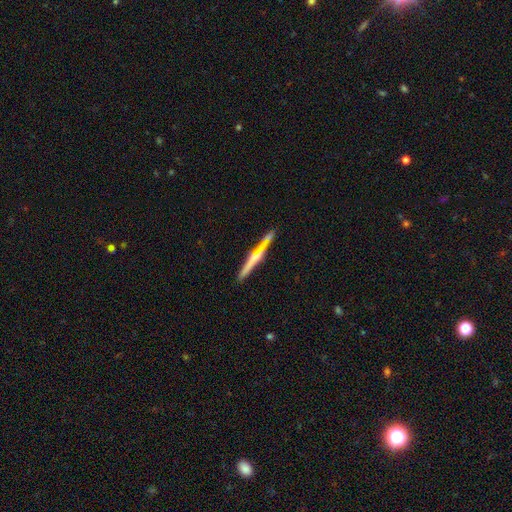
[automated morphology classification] Smooth or featured: featured or disk — 59% (smooth — 34%)
Edge-on disk: yes — 96% (no — 4%)
Edge-on bulge: rounded — 54% (none — 37%)
Merging: none — 74% (minor disturbance — 13%)